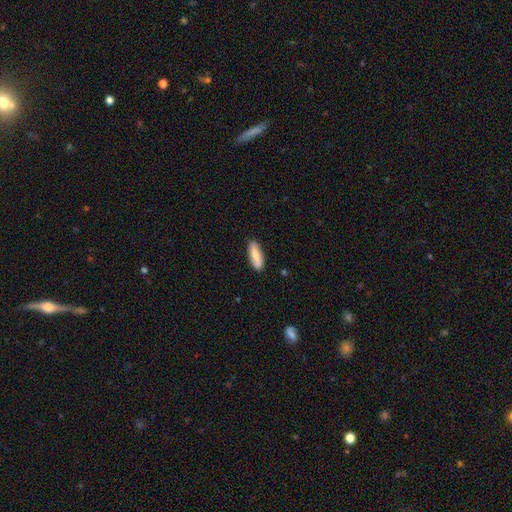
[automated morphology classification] This is likely a smooth galaxy (68%). How rounded: possibly in between (59%). Merging: clearly none (88%).